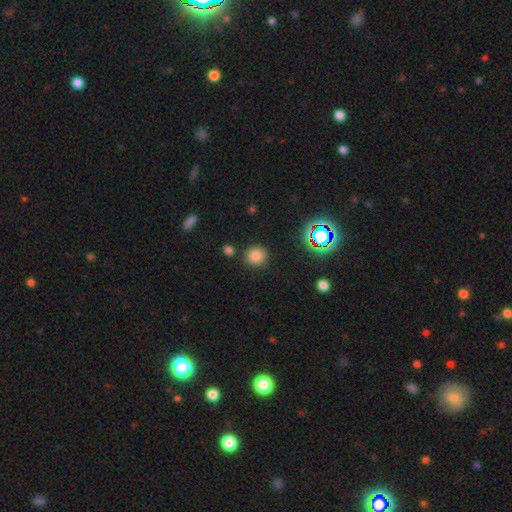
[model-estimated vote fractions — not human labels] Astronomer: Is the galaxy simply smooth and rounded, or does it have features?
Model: smooth — 77%.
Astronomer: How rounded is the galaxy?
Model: round — 90%.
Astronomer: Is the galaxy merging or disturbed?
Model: none — 85%.